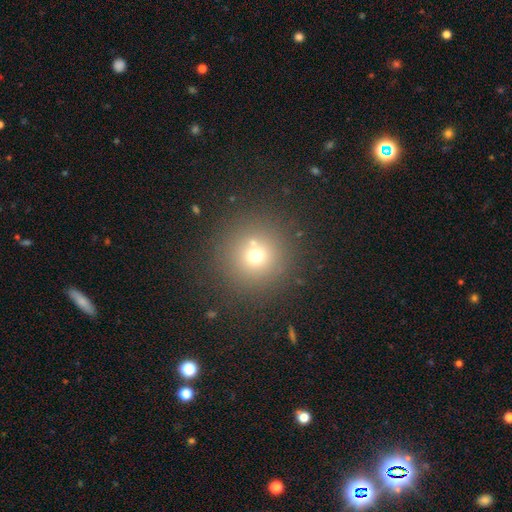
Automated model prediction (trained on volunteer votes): smooth_or_featured: smooth (p=0.67) [alt: star or artifact p=0.20]
how_rounded: round (p=0.95) [alt: in between p=0.04]
merging: none (p=0.79) [alt: merger p=0.10]